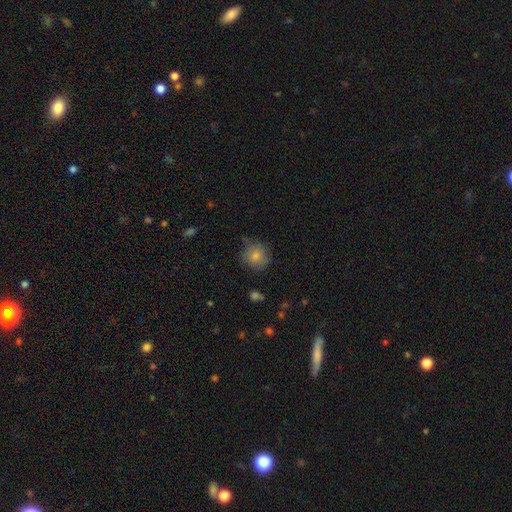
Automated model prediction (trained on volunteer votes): The model was most divided on "merging": none: 66%, minor disturbance: 24%, major disturbance: 7%, merger: 3%. More confident: how rounded — round (86%); smooth or featured — smooth (76%).